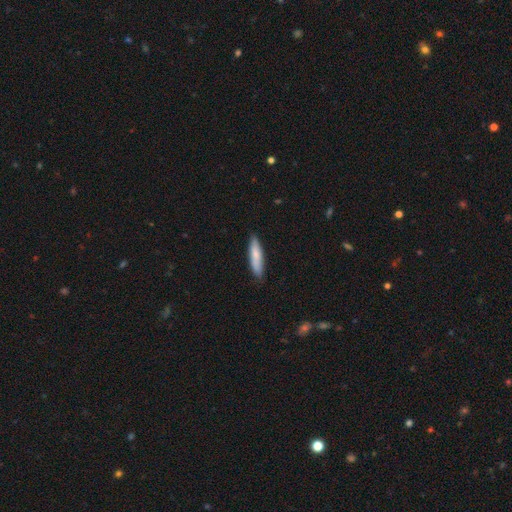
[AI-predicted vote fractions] Smooth or featured?
  - smooth: 78% *
  - featured or disk: 16%
  - star or artifact: 6%
How rounded?
  - cigar-shaped: 77% *
  - in between: 22%
  - round: 1%
Merging?
  - none: 83% *
  - minor disturbance: 13%
  - major disturbance: 2%
  - merger: 1%